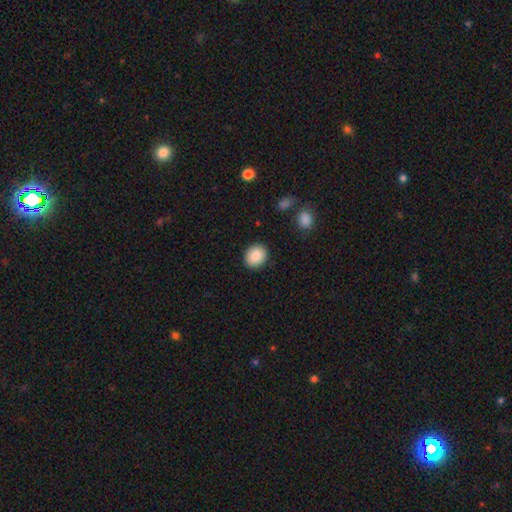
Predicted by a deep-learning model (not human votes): Smooth or featured?
  - smooth: 88% *
  - star or artifact: 8%
  - featured or disk: 5%
How rounded?
  - round: 61% *
  - in between: 38%
  - cigar-shaped: 1%
Merging?
  - none: 89% *
  - minor disturbance: 7%
  - major disturbance: 2%
  - merger: 1%